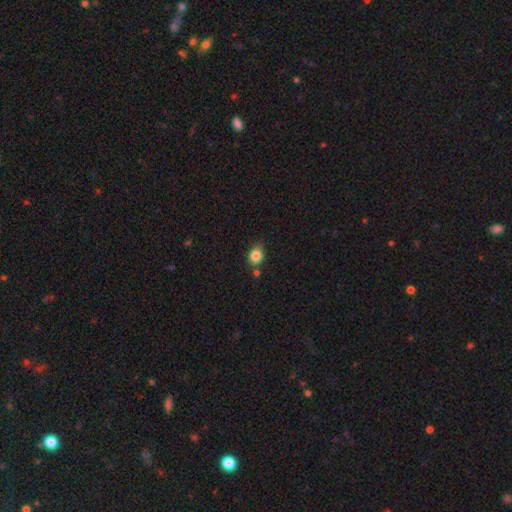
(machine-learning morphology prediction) Overall: smooth (84%). How rounded: round (56%; in between 43%). Merging: none (69%).